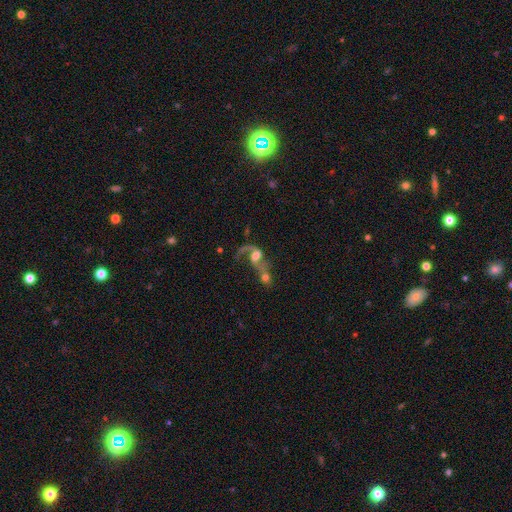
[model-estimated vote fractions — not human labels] smooth_or_featured: featured or disk (p=0.69) [alt: smooth p=0.21]
disk_edge_on: no (p=0.95) [alt: yes p=0.05]
bar: no (p=0.53) [alt: weak p=0.35]
has_spiral_arms: yes (p=0.82) [alt: no p=0.18]
spiral_winding: loose (p=0.80) [alt: medium p=0.16]
spiral_arm_count: 2 (p=0.58) [alt: 1 p=0.35]
bulge_size: moderate (p=0.42) [alt: large p=0.28]
merging: merger (p=0.65) [alt: major disturbance p=0.16]